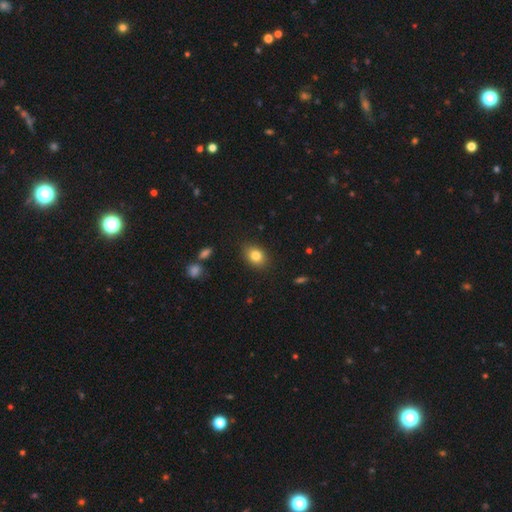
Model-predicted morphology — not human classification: Smooth or featured: smooth — 82% (star or artifact — 10%)
How rounded: in between — 67% (round — 32%)
Merging: none — 86% (minor disturbance — 10%)